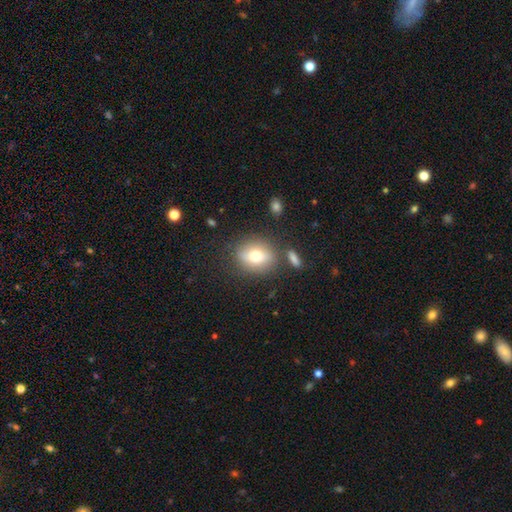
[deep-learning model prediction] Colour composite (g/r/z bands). It shows a smooth galaxy with no disk features (68%) that is round (61%). Merging: none (77%).